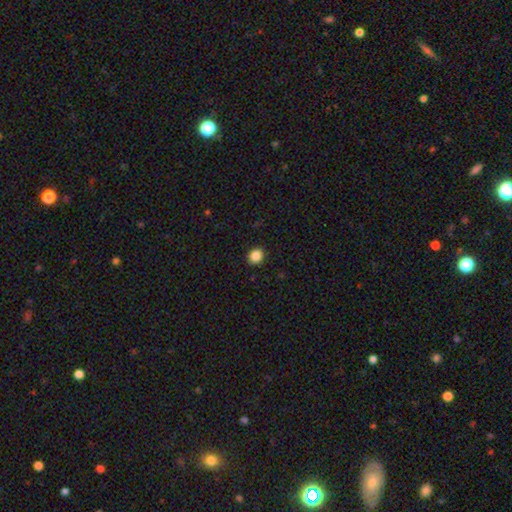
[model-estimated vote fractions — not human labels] A smooth galaxy with no disk features (86%) that is round (80%). Merging: none (92%).